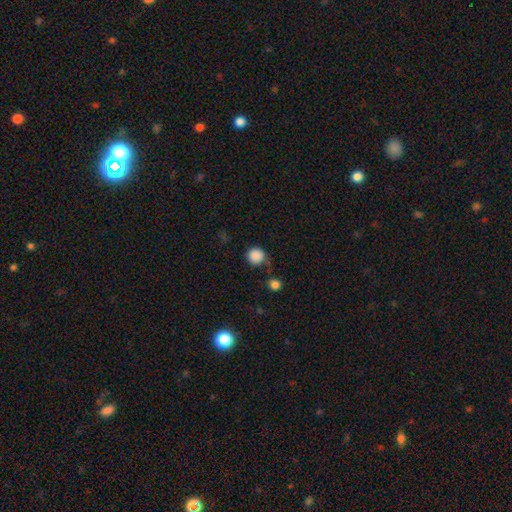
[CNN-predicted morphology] Smooth or featured: smooth — 86% (star or artifact — 11%)
How rounded: round — 94% (in between — 5%)
Merging: none — 72% (minor disturbance — 17%)